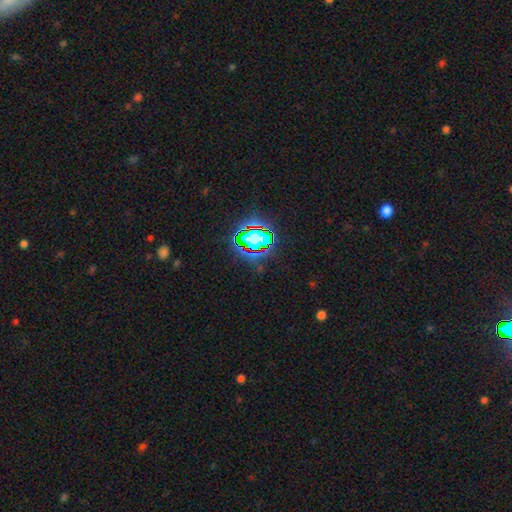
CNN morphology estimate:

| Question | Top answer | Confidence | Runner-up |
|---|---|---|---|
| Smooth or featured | star or artifact | 80% | smooth (12%) |